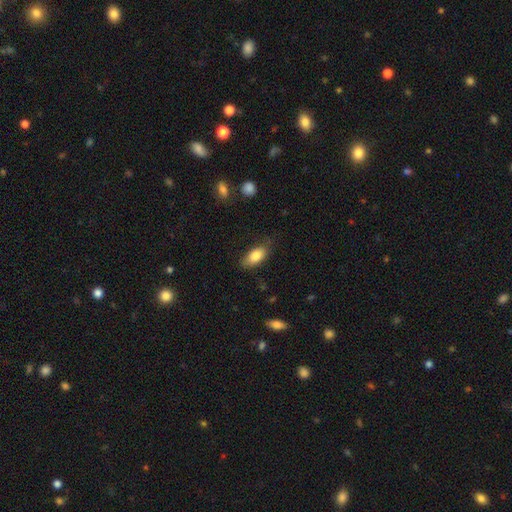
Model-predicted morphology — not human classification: A smooth galaxy with no disk features (83%) that is in between round and cigar-shaped (89%). Merging: none (73%).